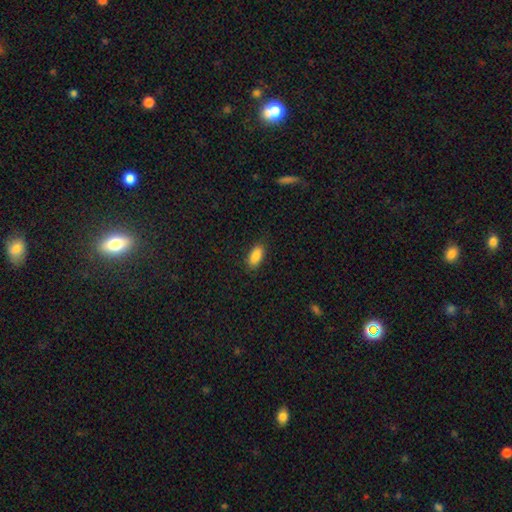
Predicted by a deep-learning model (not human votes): Q: Smooth or featured?
A: smooth (89%); runner-up: star or artifact (7%)
Q: How rounded?
A: in between (90%); runner-up: cigar-shaped (7%)
Q: Merging?
A: none (86%); runner-up: minor disturbance (10%)